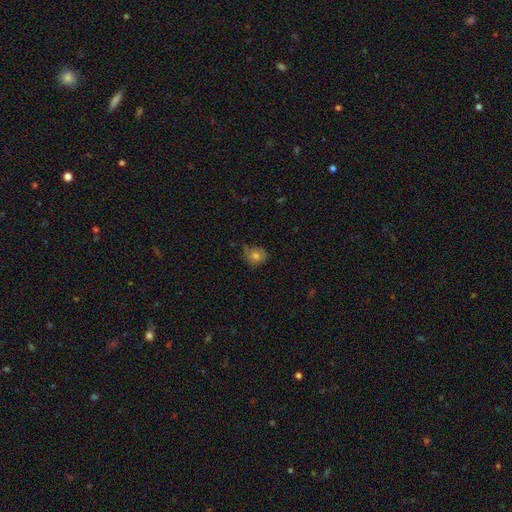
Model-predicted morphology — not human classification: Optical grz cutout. It shows a smooth galaxy with no disk features (76%) that is round (73%). Merging: none (65%).